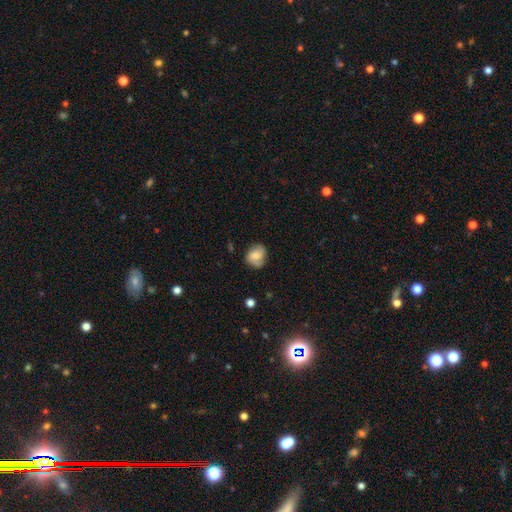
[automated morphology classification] Smooth or featured? Predicted: smooth (p=0.59). How rounded? Predicted: round (p=0.61). Merging? Predicted: none (p=0.66).